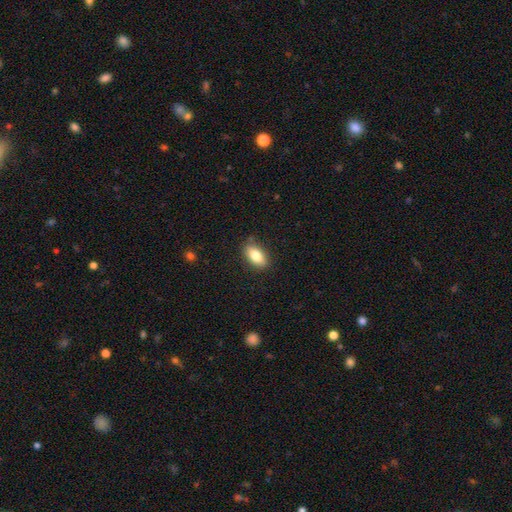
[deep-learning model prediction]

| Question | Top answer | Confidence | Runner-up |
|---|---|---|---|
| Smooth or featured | smooth | 82% | featured or disk (11%) |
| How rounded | in between | 89% | cigar-shaped (6%) |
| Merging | none | 85% | minor disturbance (11%) |